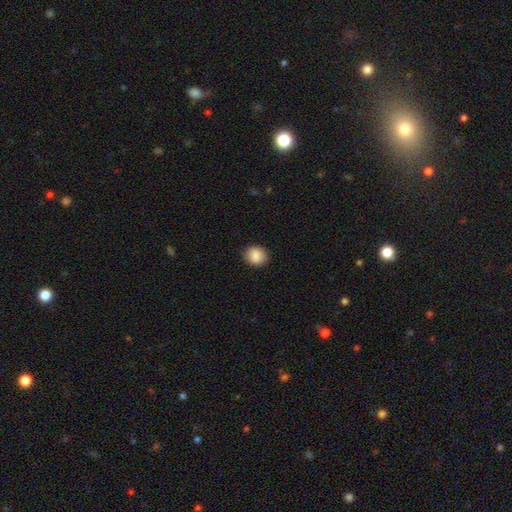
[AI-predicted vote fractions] The model was most divided on "how rounded": round: 70%, in between: 29%, cigar-shaped: 1%. More confident: merging — none (89%); smooth or featured — smooth (89%).